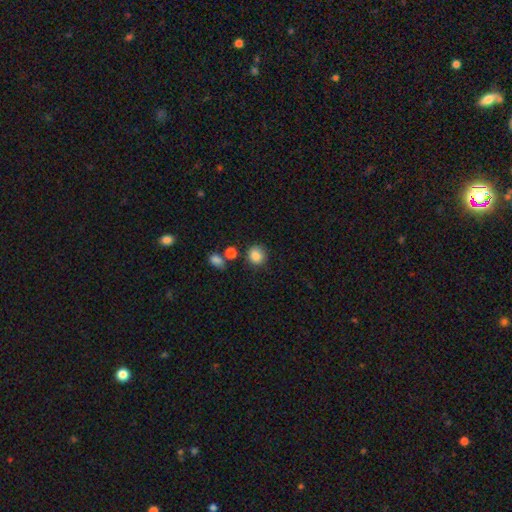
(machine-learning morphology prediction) smooth_or_featured: smooth (p=0.86) [alt: star or artifact p=0.10]
how_rounded: round (p=0.84) [alt: in between p=0.15]
merging: none (p=0.76) [alt: minor disturbance p=0.13]